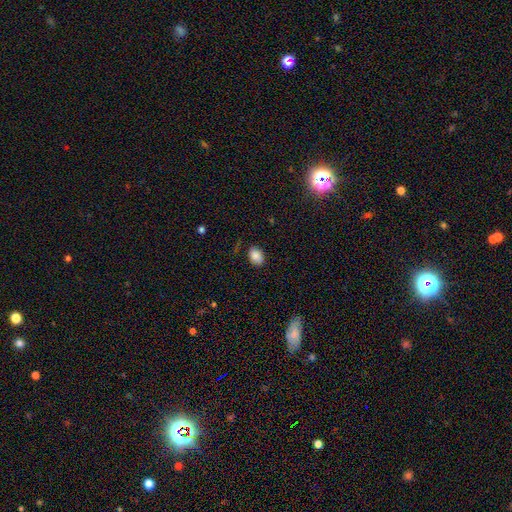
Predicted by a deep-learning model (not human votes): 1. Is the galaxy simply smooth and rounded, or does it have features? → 86% smooth, 9% star or artifact, 5% featured or disk.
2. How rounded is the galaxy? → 80% in between, 19% round, 1% cigar-shaped.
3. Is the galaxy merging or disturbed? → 80% none, 15% minor disturbance, 4% major disturbance, 1% merger.